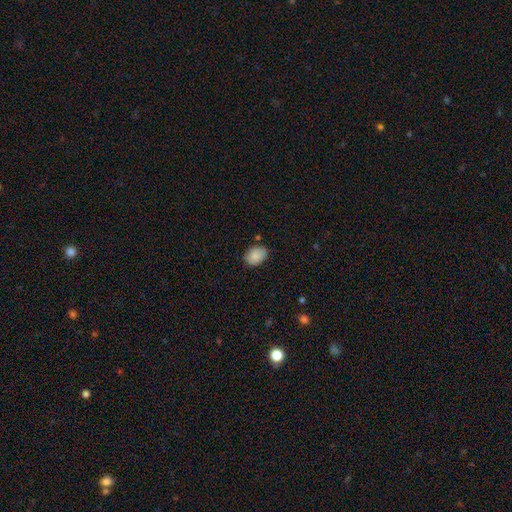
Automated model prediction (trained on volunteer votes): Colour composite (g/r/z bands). It shows a smooth galaxy with no disk features (88%) that is in between round and cigar-shaped (76%). Merging: none (80%).